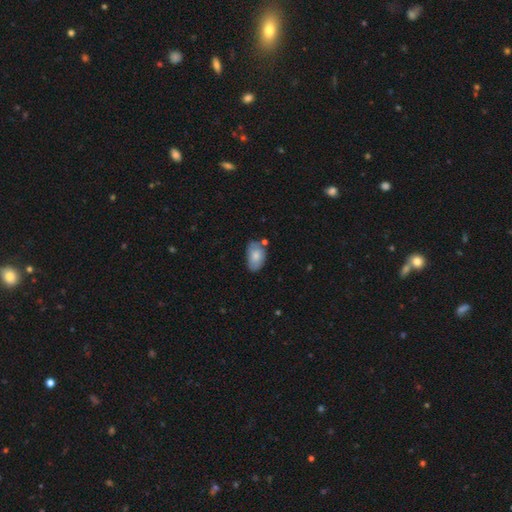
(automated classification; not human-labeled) The model was most divided on "merging": none: 58%, minor disturbance: 28%, merger: 8%, major disturbance: 6%. More confident: how rounded — in between (91%); smooth or featured — smooth (76%).